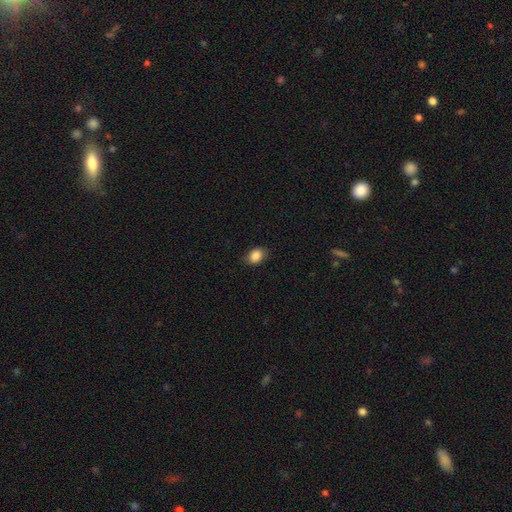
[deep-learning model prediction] This appears to be a smooth galaxy with no disk features (87%) that is in between round and cigar-shaped (67%). Merging: none (81%).